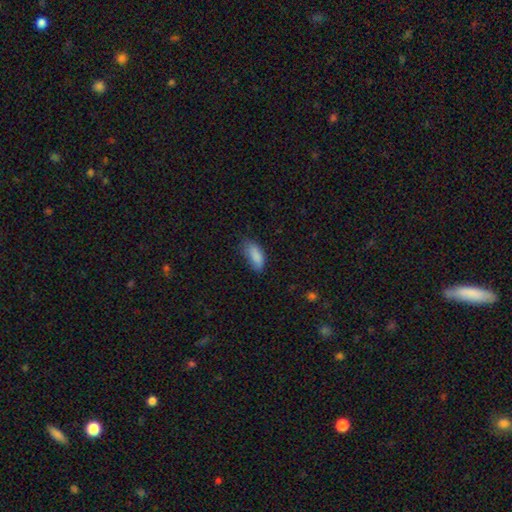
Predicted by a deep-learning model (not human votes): smooth-or-featured: smooth: 85% | star or artifact: 8% | featured or disk: 7%
  how-rounded: in between: 86% | cigar-shaped: 12% | round: 2%
  merging: none: 55% | minor disturbance: 34% | major disturbance: 9% | merger: 2%